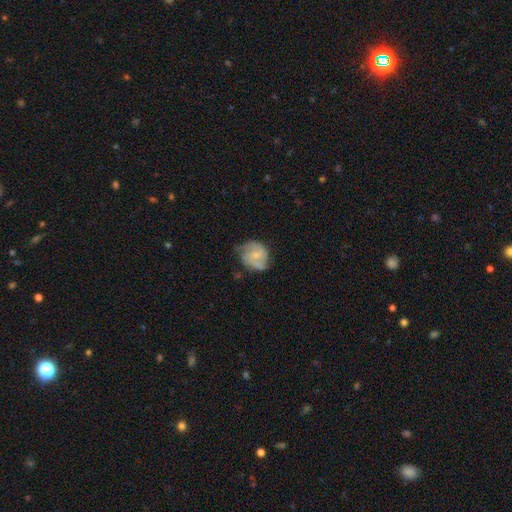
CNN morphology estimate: smooth_or_featured: featured or disk (p=0.61) [alt: smooth p=0.33]
disk_edge_on: no (p=0.98) [alt: yes p=0.02]
bar: no (p=0.58) [alt: weak p=0.36]
has_spiral_arms: yes (p=0.88) [alt: no p=0.12]
spiral_winding: medium (p=0.45) [alt: tight p=0.37]
spiral_arm_count: 2 (p=0.54) [alt: can't tell p=0.20]
bulge_size: small (p=0.53) [alt: moderate p=0.26]
merging: none (p=0.56) [alt: minor disturbance p=0.31]